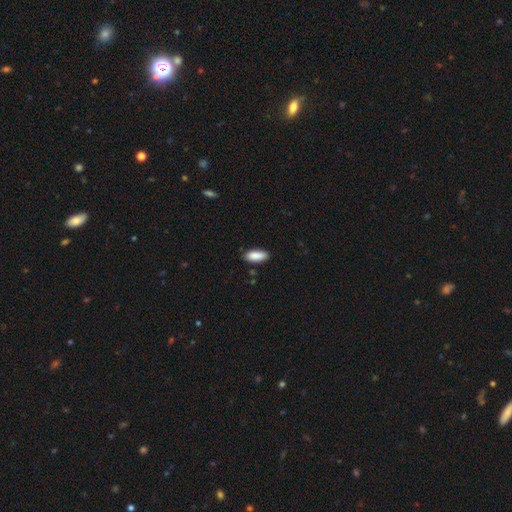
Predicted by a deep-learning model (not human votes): Q: Smooth or featured?
A: smooth (90%); runner-up: star or artifact (6%)
Q: How rounded?
A: in between (81%); runner-up: cigar-shaped (17%)
Q: Merging?
A: none (85%); runner-up: minor disturbance (11%)